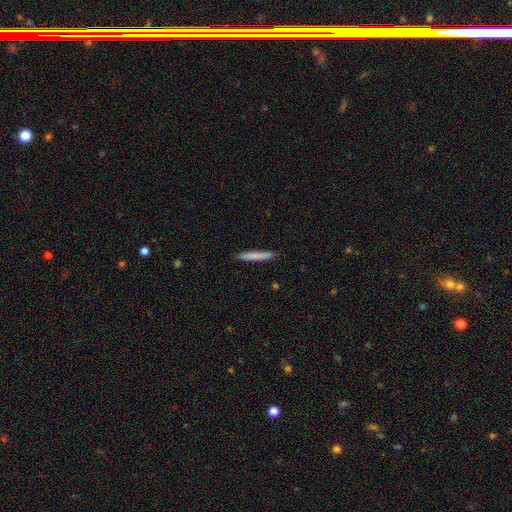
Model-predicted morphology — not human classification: Smooth or featured: smooth — 78% (featured or disk — 16%)
How rounded: cigar-shaped — 96% (in between — 3%)
Merging: none — 91% (minor disturbance — 7%)